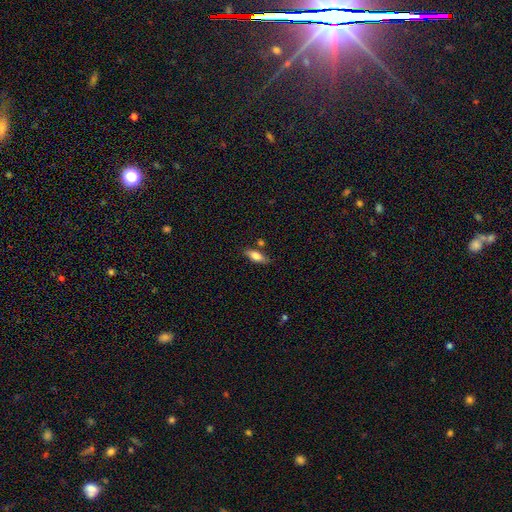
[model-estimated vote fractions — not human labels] This is likely a smooth galaxy (73%). How rounded: likely in between (70%). Merging: likely none (75%).